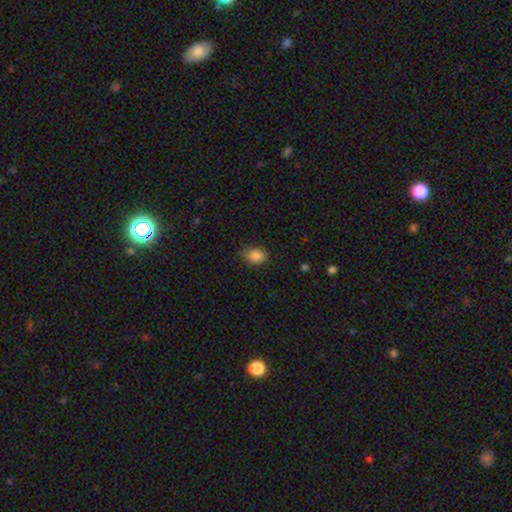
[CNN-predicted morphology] The model was most divided on "how rounded": in between: 62%, round: 36%, cigar-shaped: 1%. More confident: smooth or featured — smooth (85%); merging — none (72%).